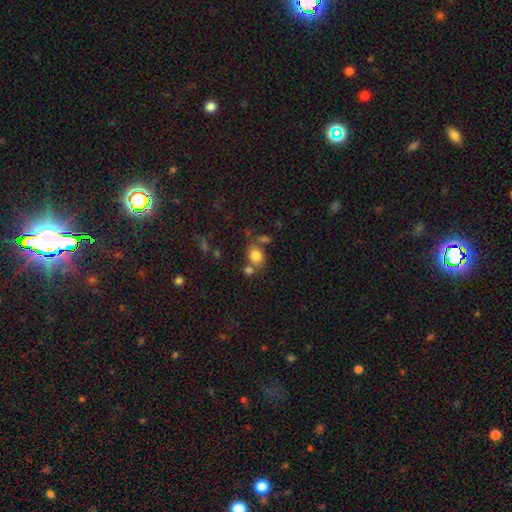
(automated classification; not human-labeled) A smooth galaxy with no disk features (81%) that is in between round and cigar-shaped (59%).

Vote fractions:
- Smooth or featured? smooth: 81% / star or artifact: 11% / featured or disk: 8%
- How rounded? in between: 59% / round: 39% / cigar-shaped: 1%
- Merging? none: 59% / merger: 22% / minor disturbance: 14% / major disturbance: 5%